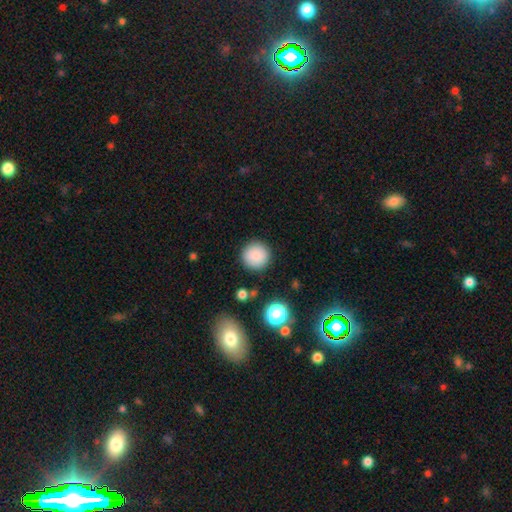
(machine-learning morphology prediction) This is clearly a smooth galaxy (86%). How rounded: clearly round (95%). Merging: clearly none (90%).